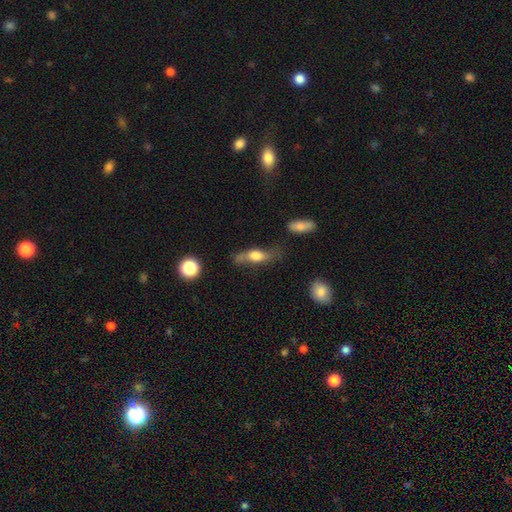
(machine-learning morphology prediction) Smooth or featured: smooth — 48% (featured or disk — 44%)
Merging: none — 56% (minor disturbance — 26%)